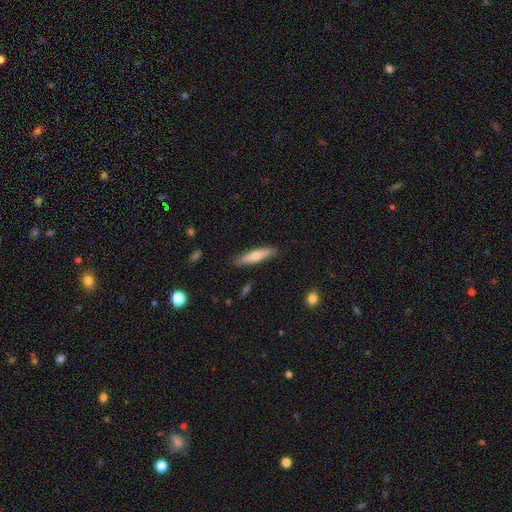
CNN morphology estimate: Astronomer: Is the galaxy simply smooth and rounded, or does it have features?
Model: smooth — 60%.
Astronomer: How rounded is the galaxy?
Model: cigar-shaped — 80%.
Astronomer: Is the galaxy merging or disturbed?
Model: none — 86%.